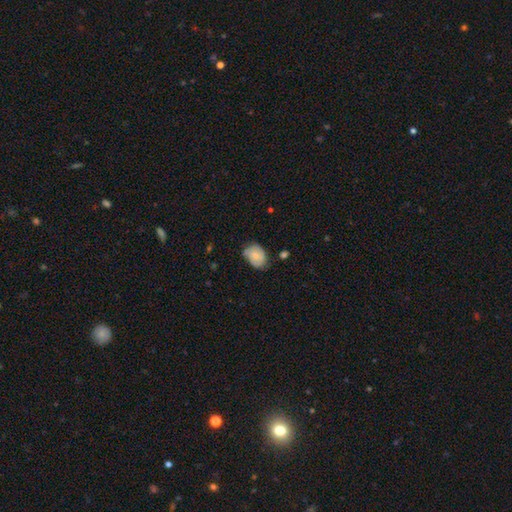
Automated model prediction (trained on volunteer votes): smooth-or-featured: smooth: 52% | featured or disk: 40% | star or artifact: 8%
  how-rounded: in between: 68% | round: 31% | cigar-shaped: 1%
  merging: none: 60% | minor disturbance: 30% | major disturbance: 8% | merger: 3%